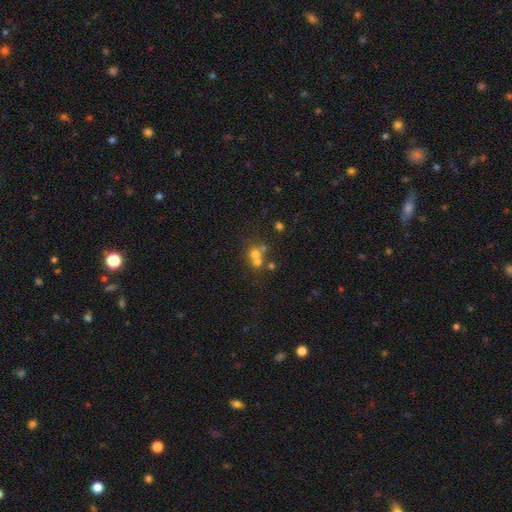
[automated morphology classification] A smooth galaxy with no disk features (60%) that is round (82%). Merging: merger (53%).